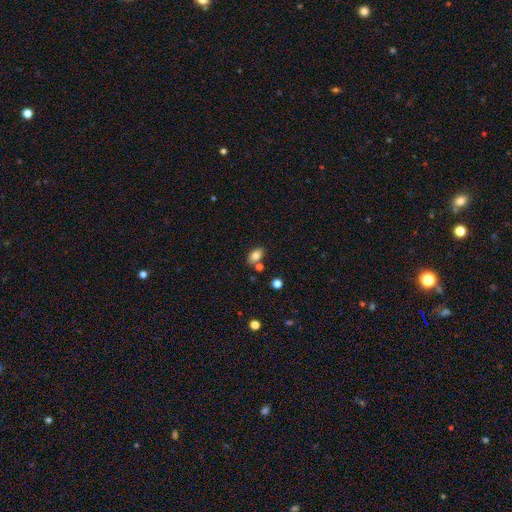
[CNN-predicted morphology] This appears to be a smooth galaxy with no disk features (80%) that is in between round and cigar-shaped (87%). Merging: none (70%).